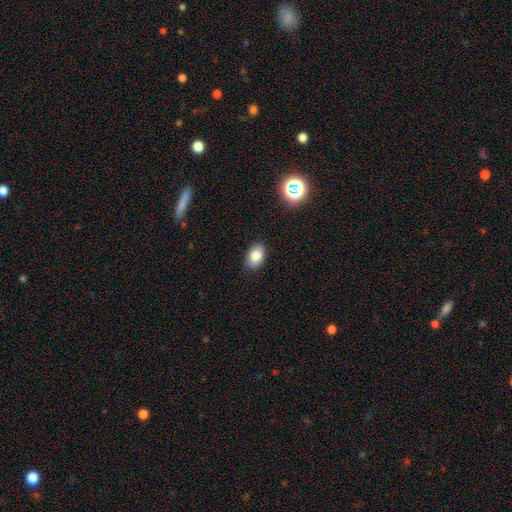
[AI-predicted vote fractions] Smooth or featured? smooth (82%)
How rounded? in between (86%)
Merging? none (87%)